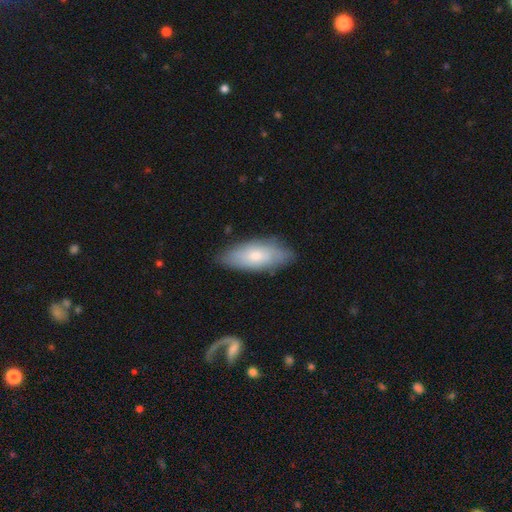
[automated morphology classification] This appears to be a smooth galaxy with no disk features (59%) that is in between round and cigar-shaped (79%). Merging: none (77%).